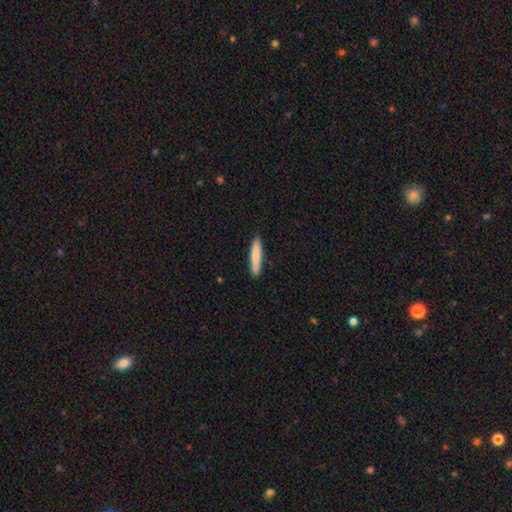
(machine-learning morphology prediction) This appears to be a smooth galaxy with no disk features (80%) that is cigar-shaped (91%). Merging: none (90%).